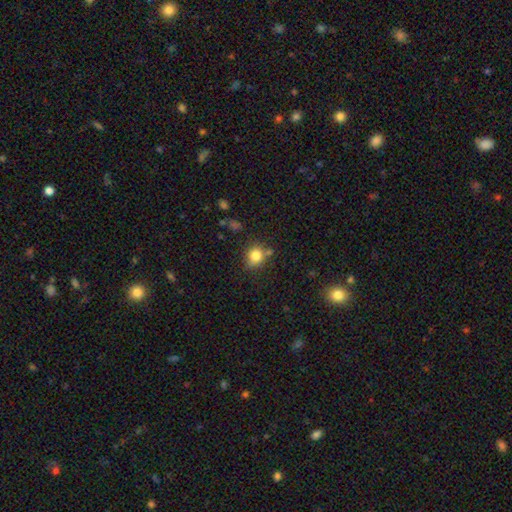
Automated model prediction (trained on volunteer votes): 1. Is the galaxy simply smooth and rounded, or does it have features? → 81% smooth, 12% star or artifact, 8% featured or disk.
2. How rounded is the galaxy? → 75% round, 24% in between, 1% cigar-shaped.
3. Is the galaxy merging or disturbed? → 70% none, 16% minor disturbance, 9% merger, 5% major disturbance.